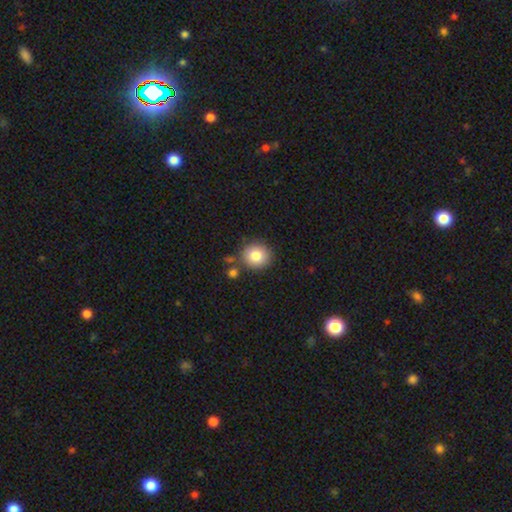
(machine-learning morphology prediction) Smooth or featured? smooth (82%)
How rounded? round (88%)
Merging? none (80%)